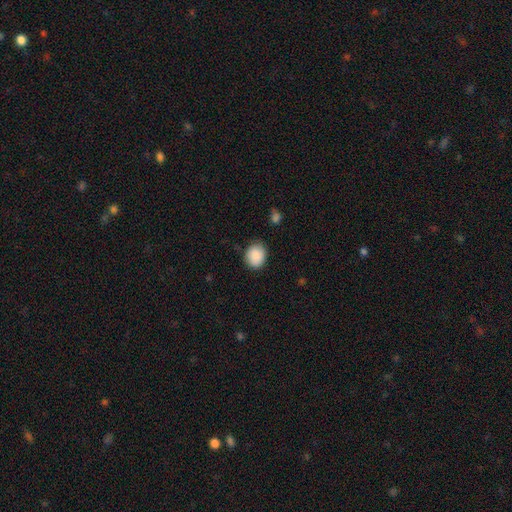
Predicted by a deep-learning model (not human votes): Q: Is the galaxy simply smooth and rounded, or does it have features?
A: smooth — 89%.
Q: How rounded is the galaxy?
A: round — 63%.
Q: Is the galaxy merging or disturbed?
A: none — 80%.